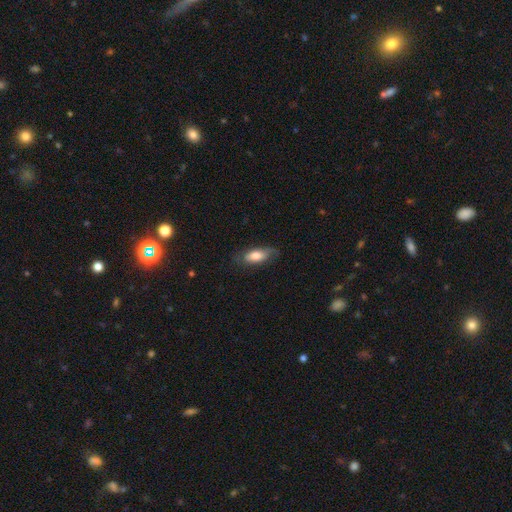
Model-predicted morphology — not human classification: Overall: smooth (70%). How rounded: in between (80%). Merging: none (69%).